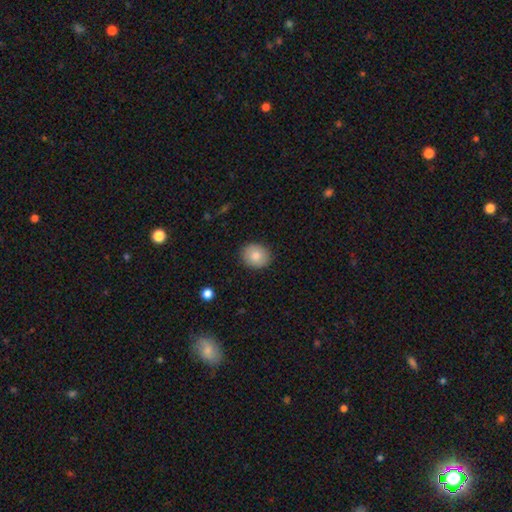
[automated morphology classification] Q: Smooth or featured?
A: smooth (83%); runner-up: featured or disk (9%)
Q: How rounded?
A: round (62%); runner-up: in between (37%)
Q: Merging?
A: none (88%); runner-up: minor disturbance (9%)